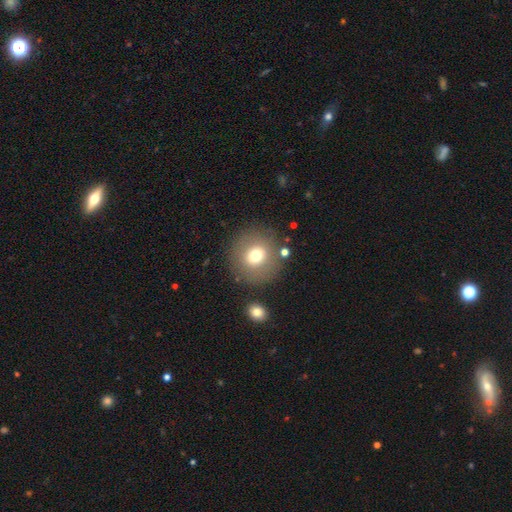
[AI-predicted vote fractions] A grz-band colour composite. It shows a smooth galaxy with no disk features (72%) that is round (91%). Merging: none (83%).